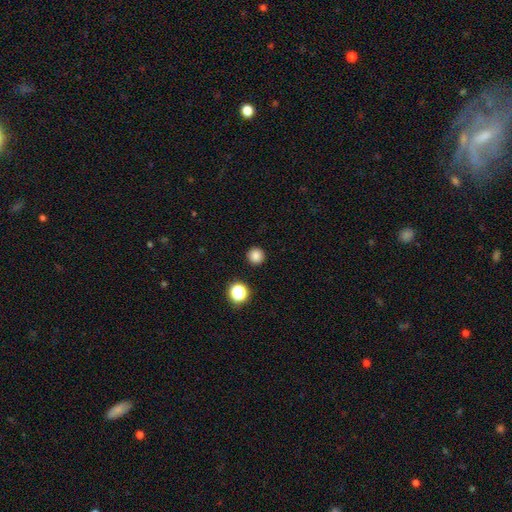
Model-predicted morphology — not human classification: smooth 83%, star or artifact 13%, featured or disk 4%. Down the decision tree: how rounded — round (95%); merging — none (92%).